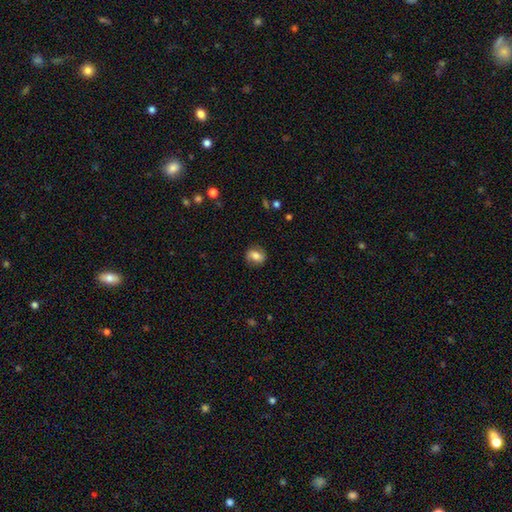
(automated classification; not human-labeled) smooth_or_featured: smooth (p=0.65) [alt: featured or disk p=0.26]
how_rounded: round (p=0.52) [alt: in between p=0.47]
merging: none (p=0.81) [alt: minor disturbance p=0.13]